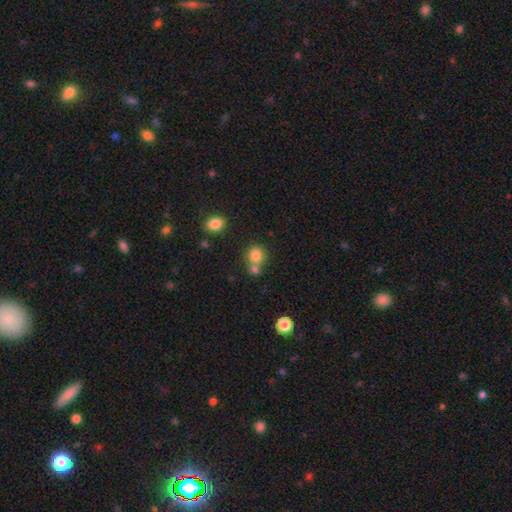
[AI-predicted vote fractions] smooth 81%, star or artifact 11%, featured or disk 8%. Down the decision tree: how rounded — round (83%); merging — none (54%).